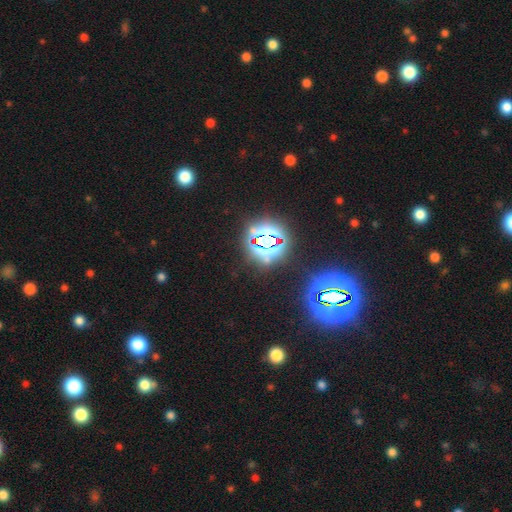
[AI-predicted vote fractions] star or artifact 81%, smooth 11%, featured or disk 8%.